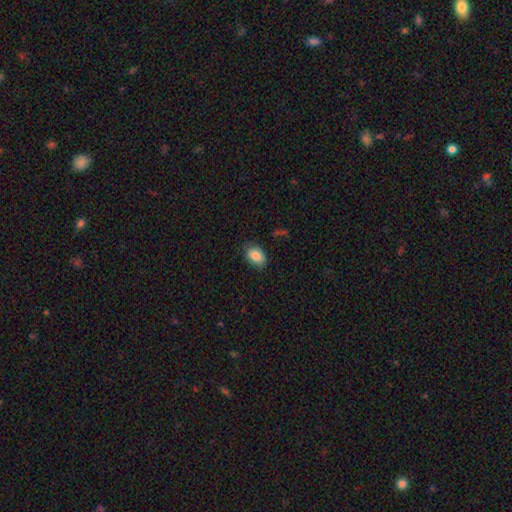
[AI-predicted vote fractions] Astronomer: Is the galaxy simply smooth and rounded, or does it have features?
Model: smooth — 85%.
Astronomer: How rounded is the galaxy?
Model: in between — 82%.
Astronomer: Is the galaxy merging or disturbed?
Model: none — 79%.